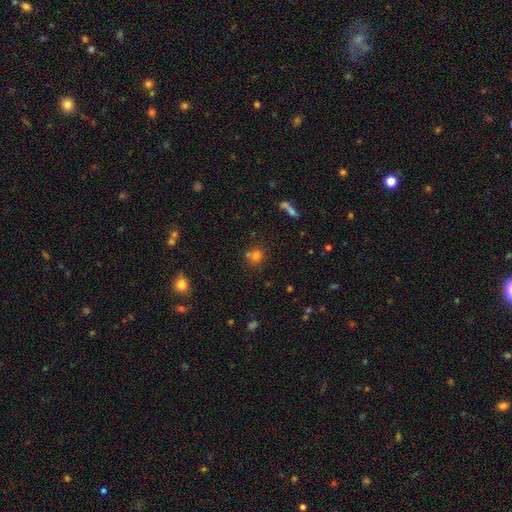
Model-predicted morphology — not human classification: smooth-or-featured: smooth: 76% | star or artifact: 16% | featured or disk: 9%
  how-rounded: round: 85% | in between: 14% | cigar-shaped: 1%
  merging: none: 61% | merger: 22% | minor disturbance: 12% | major disturbance: 5%